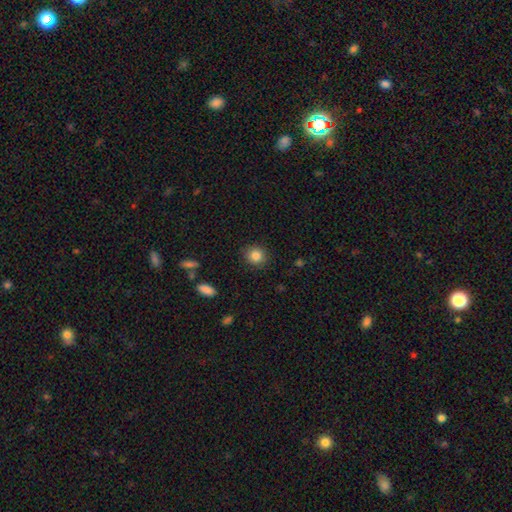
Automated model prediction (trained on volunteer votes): Morphology: type=smooth (85%); roundness=round (85%); merging=none (89%).